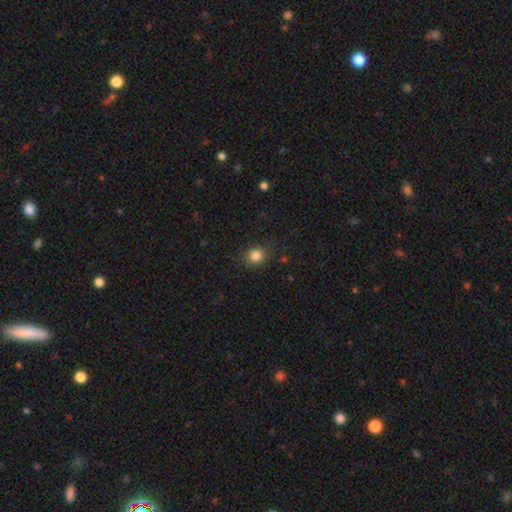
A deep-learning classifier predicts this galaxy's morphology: Smooth or featured? smooth (84%)
How rounded? round (78%)
Merging? none (83%)